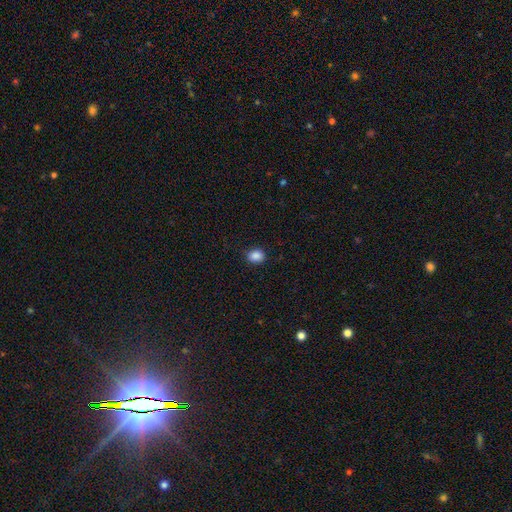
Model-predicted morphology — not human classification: smooth 87%, star or artifact 10%, featured or disk 3%. Down the decision tree: how rounded — round (55%); merging — none (88%).